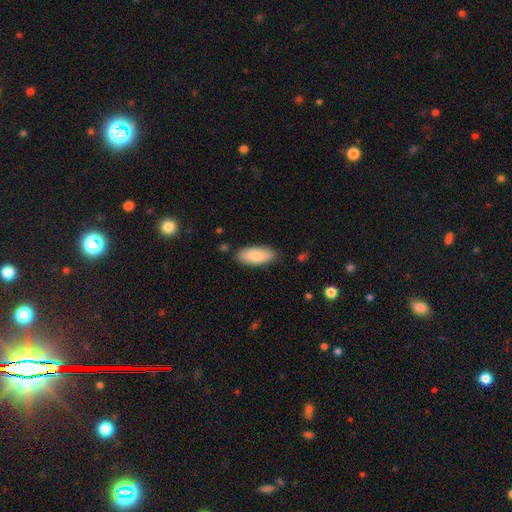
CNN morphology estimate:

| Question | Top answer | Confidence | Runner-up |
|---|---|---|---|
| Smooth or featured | smooth | 86% | featured or disk (9%) |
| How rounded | in between | 87% | cigar-shaped (12%) |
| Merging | none | 84% | minor disturbance (12%) |